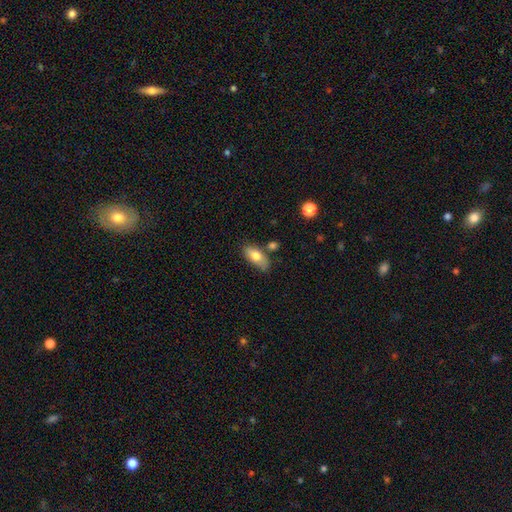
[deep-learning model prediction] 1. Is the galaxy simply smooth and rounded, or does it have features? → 76% smooth, 17% featured or disk, 7% star or artifact.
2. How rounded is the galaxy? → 87% in between, 10% cigar-shaped, 3% round.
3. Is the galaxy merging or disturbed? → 68% none, 19% minor disturbance, 10% merger, 4% major disturbance.